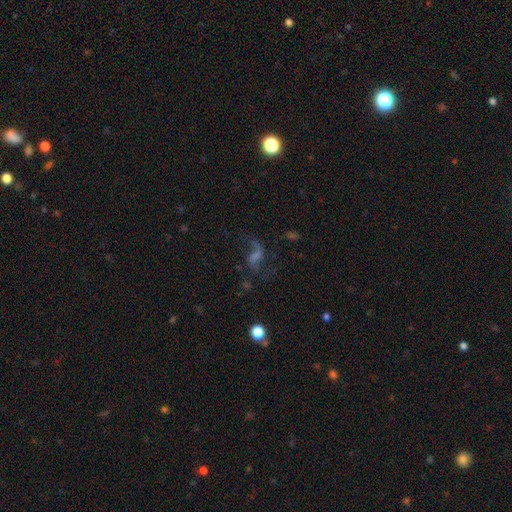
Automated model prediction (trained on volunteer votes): Q: Smooth or featured?
A: featured or disk (65%); runner-up: star or artifact (20%)
Q: Edge-on disk?
A: no (95%); runner-up: yes (5%)
Q: Bar?
A: no (42%); runner-up: weak (41%)
Q: Spiral arms?
A: yes (88%); runner-up: no (12%)
Q: Spiral winding?
A: loose (82%); runner-up: medium (15%)
Q: Spiral arm count?
A: 2 (83%); runner-up: 1 (9%)
Q: Bulge size?
A: none (42%); runner-up: small (34%)
Q: Merging?
A: none (58%); runner-up: major disturbance (22%)